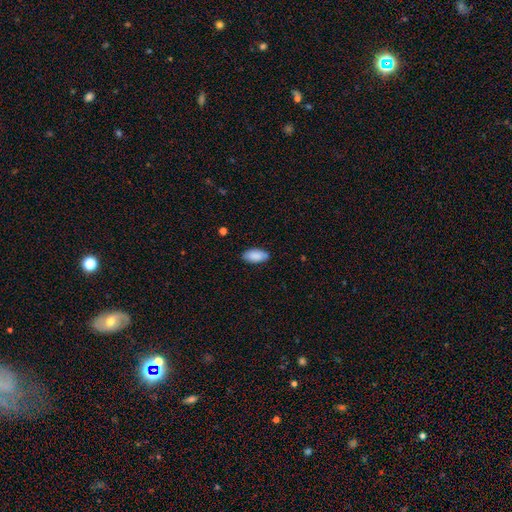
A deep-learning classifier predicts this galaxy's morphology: Smooth or featured? Predicted: smooth (p=0.88). How rounded? Predicted: in between (p=0.93). Merging? Predicted: none (p=0.84).